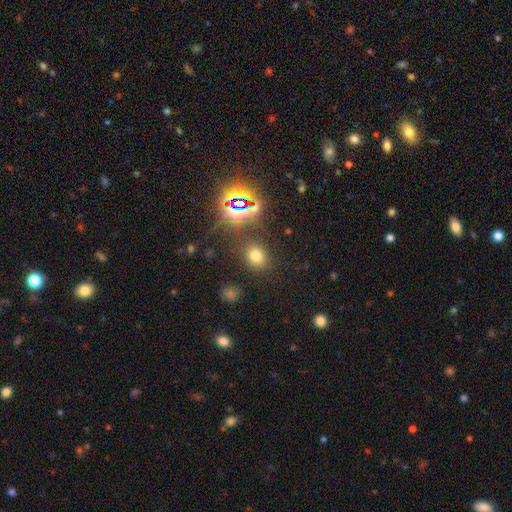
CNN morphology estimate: The model was most divided on "how rounded": round: 60%, in between: 39%, cigar-shaped: 1%. More confident: merging — none (83%); smooth or featured — smooth (66%).